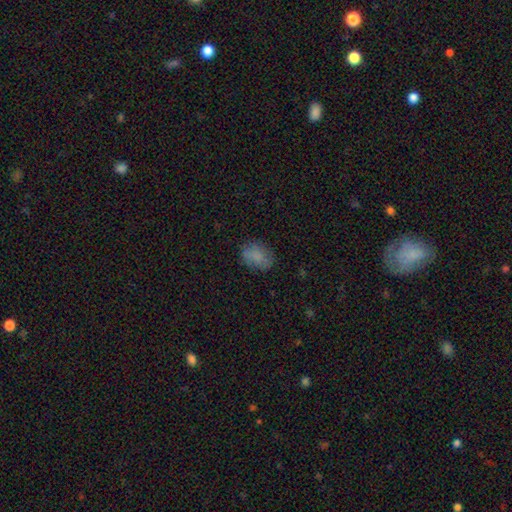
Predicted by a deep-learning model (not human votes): A smooth galaxy with no disk features (79%) that is in between round and cigar-shaped (70%). Merging: none (74%).